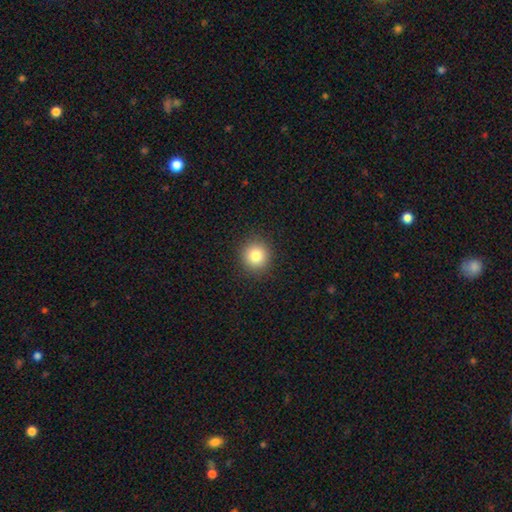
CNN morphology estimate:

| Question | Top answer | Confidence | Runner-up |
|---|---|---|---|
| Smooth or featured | smooth | 83% | star or artifact (11%) |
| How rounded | round | 93% | in between (6%) |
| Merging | none | 91% | minor disturbance (6%) |